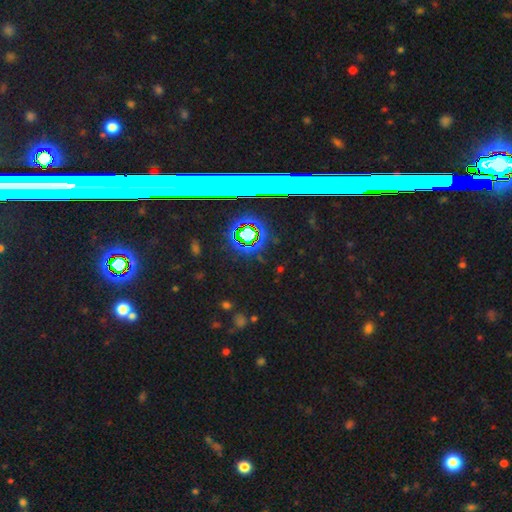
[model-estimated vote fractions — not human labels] A star or artifact, not a galaxy (70%).

Vote fractions:
- Smooth or featured? star or artifact: 70% / smooth: 16% / featured or disk: 14%